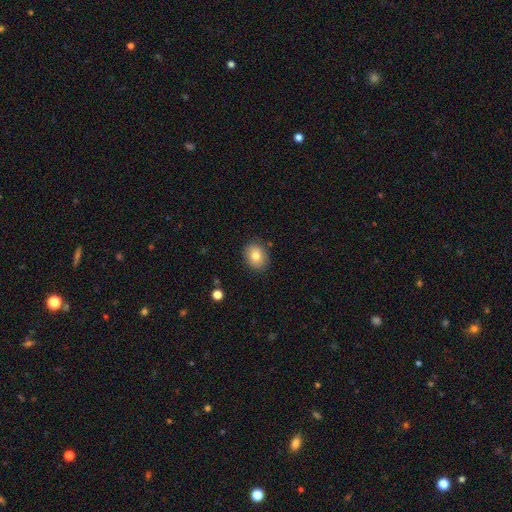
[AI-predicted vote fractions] This is clearly a smooth galaxy (81%). How rounded: possibly round (50%). Merging: clearly none (87%).